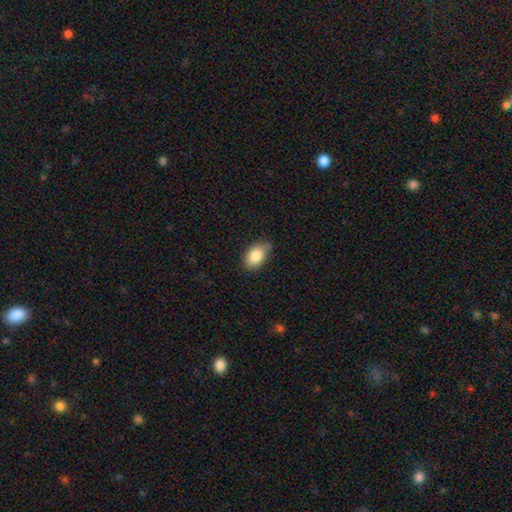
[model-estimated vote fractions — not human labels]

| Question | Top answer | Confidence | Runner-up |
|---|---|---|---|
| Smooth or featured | smooth | 83% | featured or disk (9%) |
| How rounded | in between | 89% | round (10%) |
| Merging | none | 69% | minor disturbance (26%) |